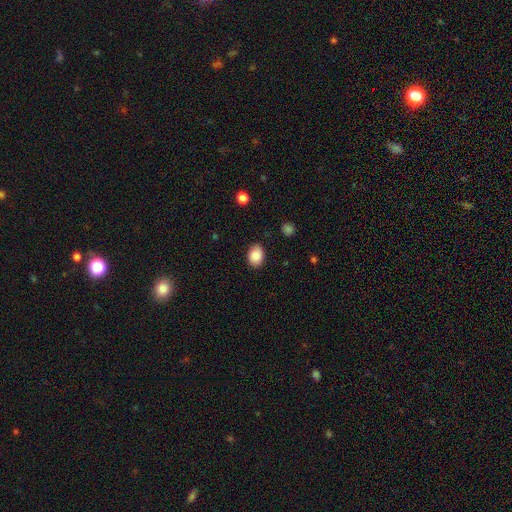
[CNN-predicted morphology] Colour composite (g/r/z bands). It shows a smooth galaxy with no disk features (88%) that is in between round and cigar-shaped (70%). Merging: none (83%).